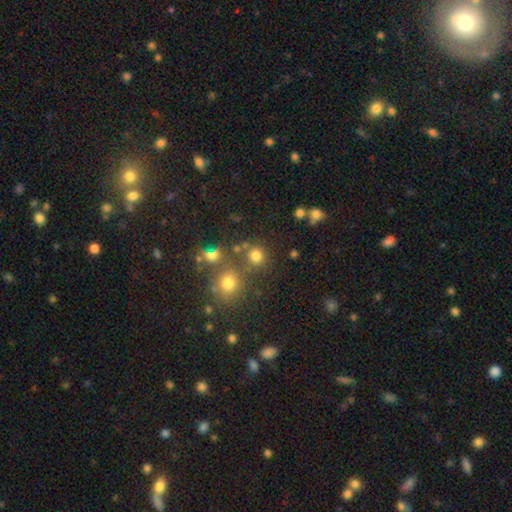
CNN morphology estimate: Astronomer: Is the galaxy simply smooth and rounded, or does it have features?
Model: smooth — 75%.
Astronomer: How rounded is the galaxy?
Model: round — 88%.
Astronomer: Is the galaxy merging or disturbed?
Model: none — 70%.